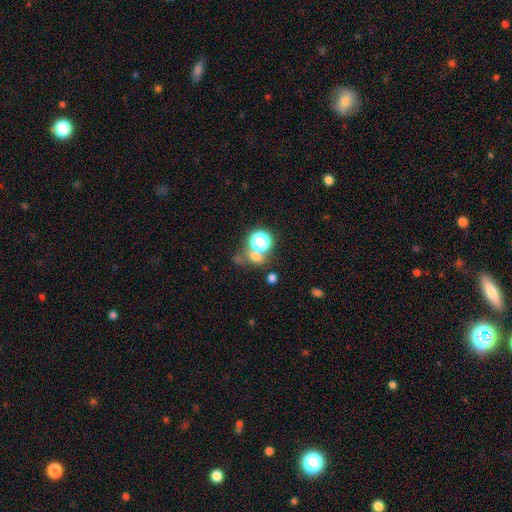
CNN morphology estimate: A smooth galaxy with no disk features (60%) that is round (72%). Merging: none (59%).